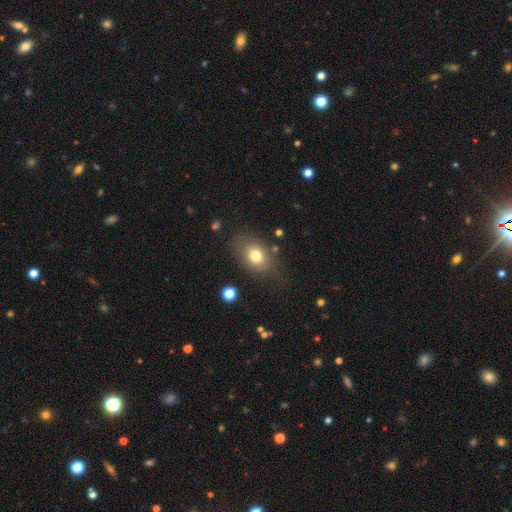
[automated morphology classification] Q: Smooth or featured?
A: smooth (75%); runner-up: featured or disk (14%)
Q: How rounded?
A: in between (73%); runner-up: round (25%)
Q: Merging?
A: none (71%); runner-up: minor disturbance (18%)